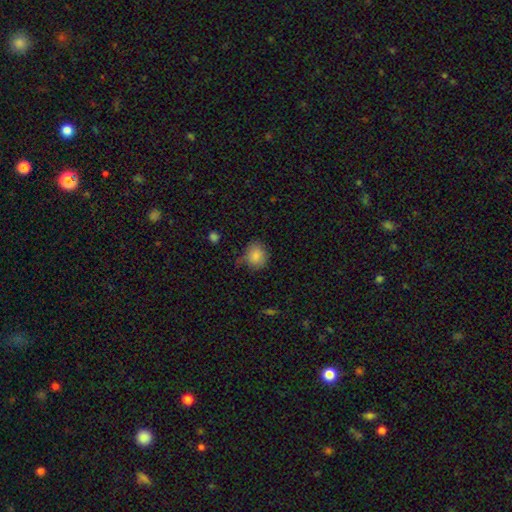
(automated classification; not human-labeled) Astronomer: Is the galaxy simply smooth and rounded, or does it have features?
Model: smooth — 85%.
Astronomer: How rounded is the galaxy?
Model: round — 73%.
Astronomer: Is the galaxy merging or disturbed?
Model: none — 63%.